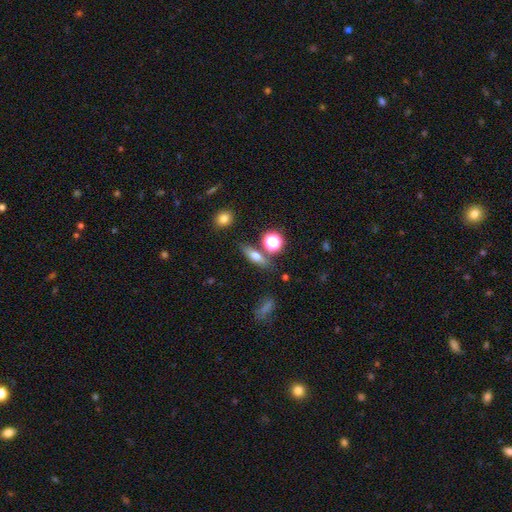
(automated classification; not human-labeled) A smooth galaxy with no disk features (61%) that is in between round and cigar-shaped (46%).

Vote fractions:
- Smooth or featured? smooth: 61% / featured or disk: 24% / star or artifact: 15%
- How rounded? in between: 46% / cigar-shaped: 39% / round: 15%
- Merging? none: 76% / minor disturbance: 10% / merger: 10% / major disturbance: 4%